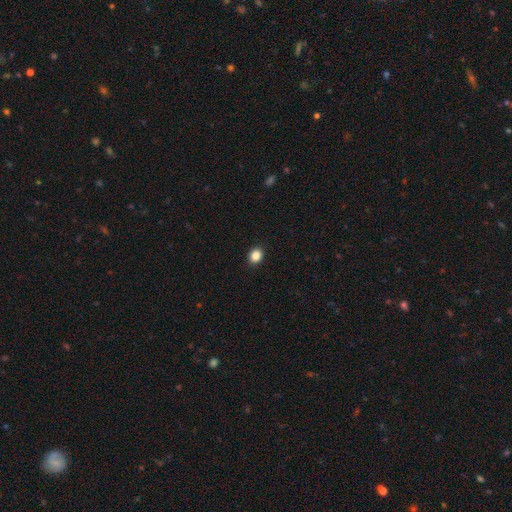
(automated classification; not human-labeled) This is clearly a smooth galaxy (86%). How rounded: possibly round (53%). Merging: clearly none (91%).